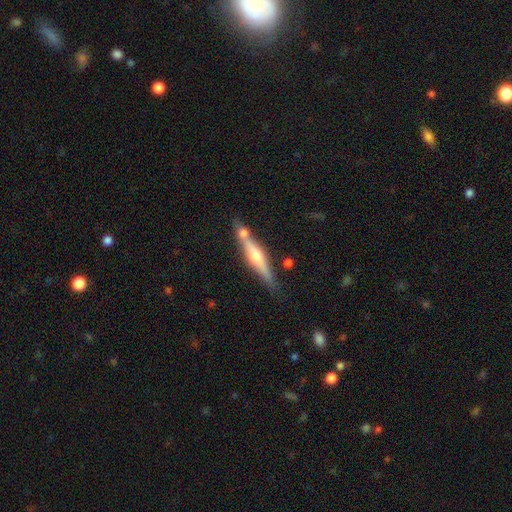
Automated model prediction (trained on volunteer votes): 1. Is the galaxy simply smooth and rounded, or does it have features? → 68% featured or disk, 25% smooth, 6% star or artifact.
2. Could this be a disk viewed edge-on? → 96% yes, 4% no.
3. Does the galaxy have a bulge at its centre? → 89% rounded, 6% boxy, 5% none.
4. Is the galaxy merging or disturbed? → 70% none, 15% merger, 12% minor disturbance, 3% major disturbance.